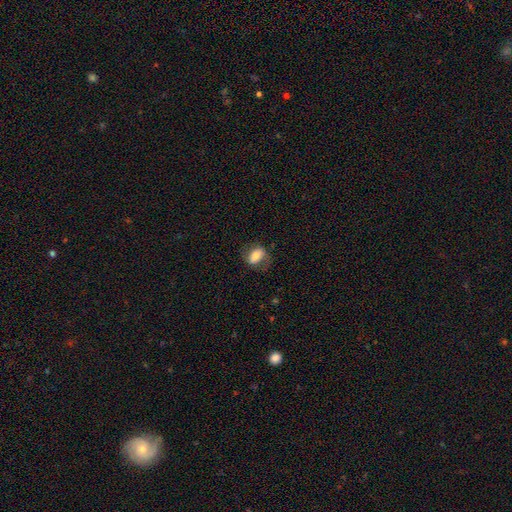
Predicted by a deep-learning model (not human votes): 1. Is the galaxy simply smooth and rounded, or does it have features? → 64% smooth, 28% featured or disk, 8% star or artifact.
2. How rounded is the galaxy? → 80% in between, 16% round, 4% cigar-shaped.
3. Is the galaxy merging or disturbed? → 65% none, 21% minor disturbance, 12% major disturbance, 1% merger.